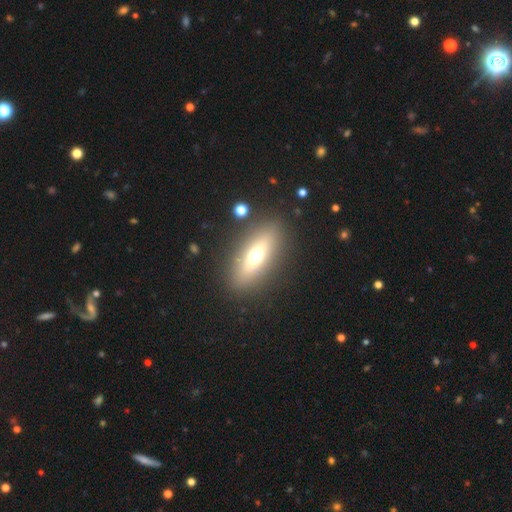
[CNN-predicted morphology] Overall: smooth (54%; featured or disk 37%). How rounded: in between (59%; cigar-shaped 36%). Merging: none (87%).